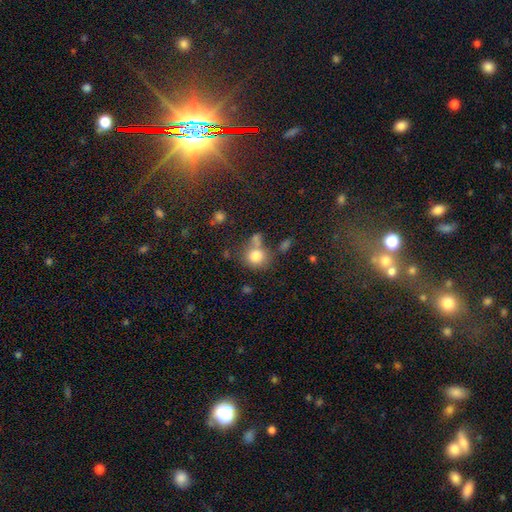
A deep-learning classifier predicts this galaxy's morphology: Smooth or featured? Predicted: smooth (p=0.79). How rounded? Predicted: round (p=0.80). Merging? Predicted: none (p=0.55).